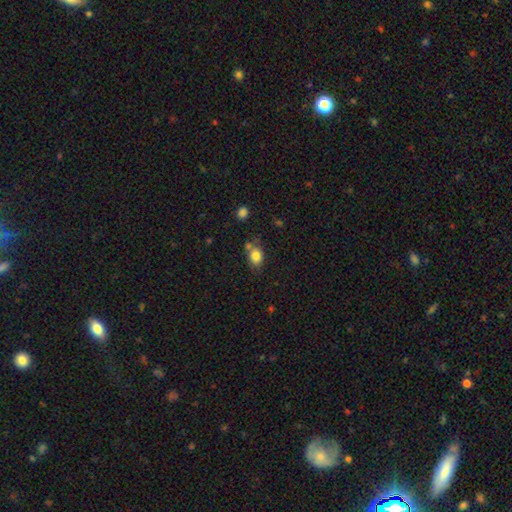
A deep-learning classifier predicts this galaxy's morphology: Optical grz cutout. It shows a smooth galaxy with no disk features (82%) that is in between round and cigar-shaped (60%). Merging: none (58%).